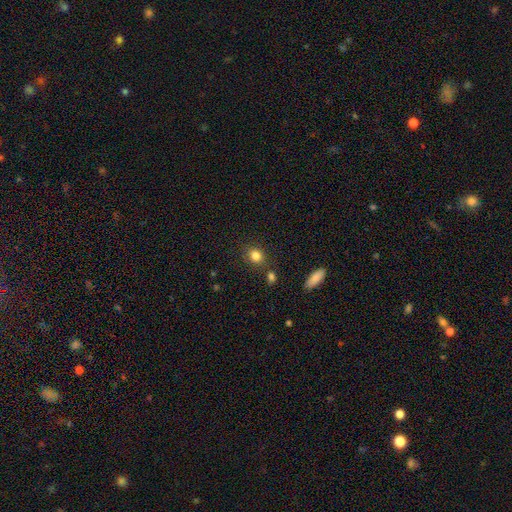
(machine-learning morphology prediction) Q: Smooth or featured?
A: smooth (83%); runner-up: star or artifact (11%)
Q: How rounded?
A: round (63%); runner-up: in between (35%)
Q: Merging?
A: none (80%); runner-up: minor disturbance (11%)